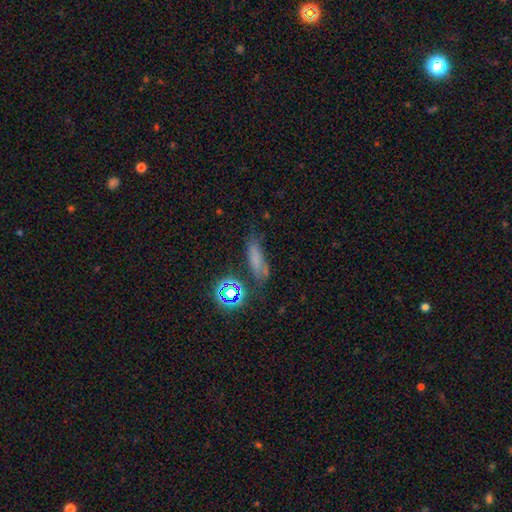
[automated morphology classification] Smooth or featured?
  - smooth: 52% *
  - star or artifact: 29%
  - featured or disk: 20%
How rounded?
  - cigar-shaped: 49% *
  - in between: 40%
  - round: 11%
Merging?
  - none: 60% *
  - minor disturbance: 21%
  - major disturbance: 11%
  - merger: 8%